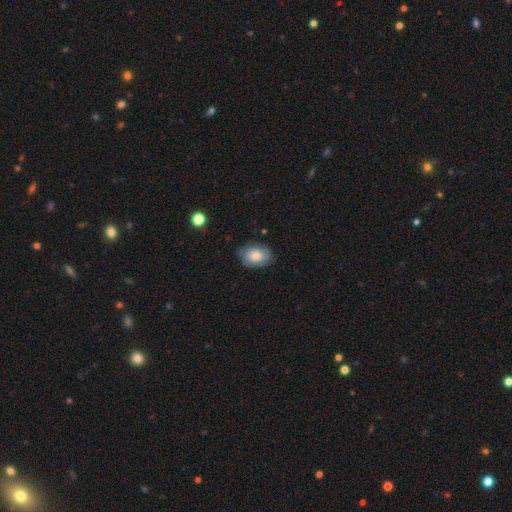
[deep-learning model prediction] smooth_or_featured: smooth (p=0.76) [alt: featured or disk p=0.17]
how_rounded: in between (p=0.74) [alt: round p=0.25]
merging: none (p=0.78) [alt: minor disturbance p=0.17]